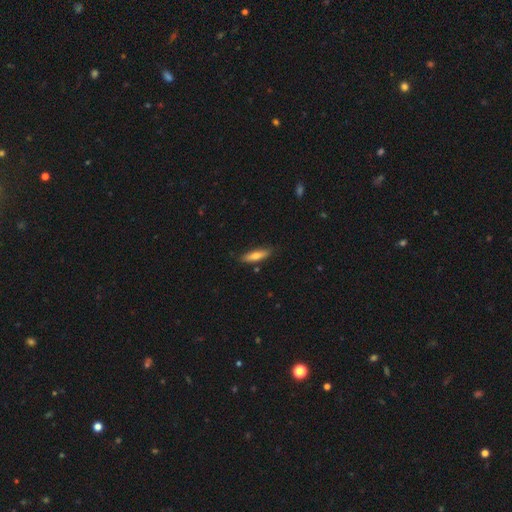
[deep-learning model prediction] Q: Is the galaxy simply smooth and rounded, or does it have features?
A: smooth — 67%.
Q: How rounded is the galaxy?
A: cigar-shaped — 70%.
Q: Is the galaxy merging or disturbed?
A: none — 85%.